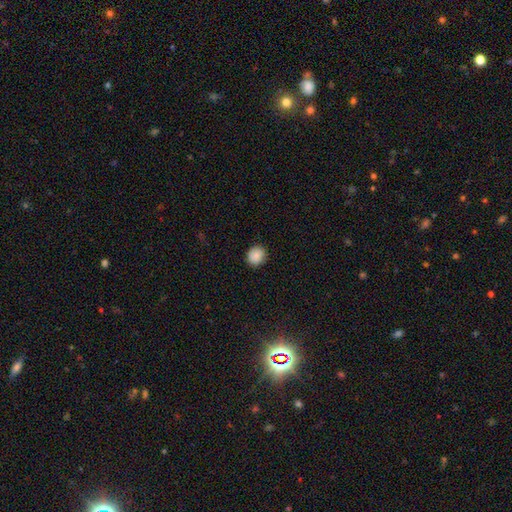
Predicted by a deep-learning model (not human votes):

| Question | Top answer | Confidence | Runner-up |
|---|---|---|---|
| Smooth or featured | smooth | 89% | star or artifact (8%) |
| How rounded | round | 75% | in between (24%) |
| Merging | none | 89% | minor disturbance (7%) |